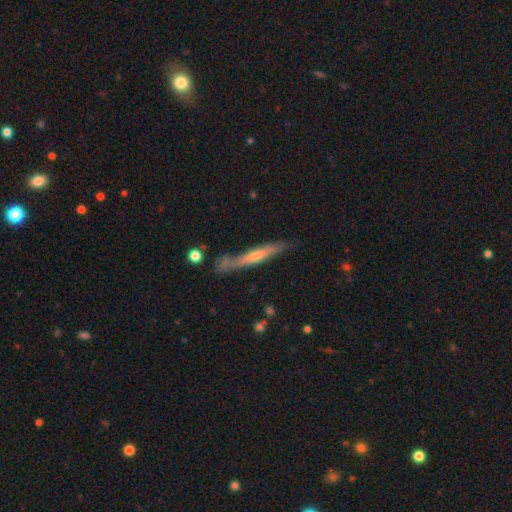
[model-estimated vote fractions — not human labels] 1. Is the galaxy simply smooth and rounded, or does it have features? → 56% featured or disk, 38% smooth, 6% star or artifact.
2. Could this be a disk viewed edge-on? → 91% yes, 9% no.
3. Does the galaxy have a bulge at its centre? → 61% rounded, 33% none, 7% boxy.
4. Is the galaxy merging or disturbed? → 71% none, 19% minor disturbance, 6% merger, 4% major disturbance.